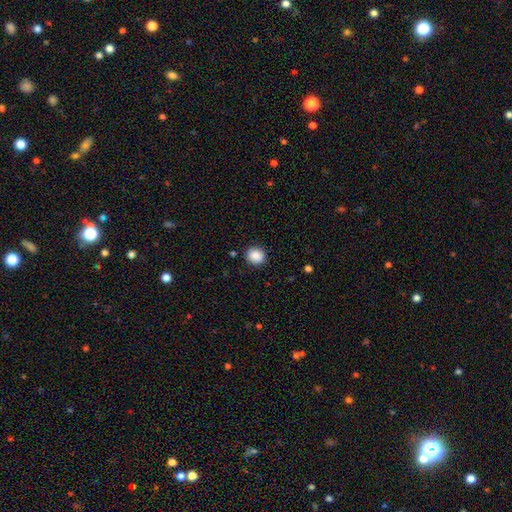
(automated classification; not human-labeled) Smooth or featured? smooth (88%)
How rounded? round (83%)
Merging? none (89%)